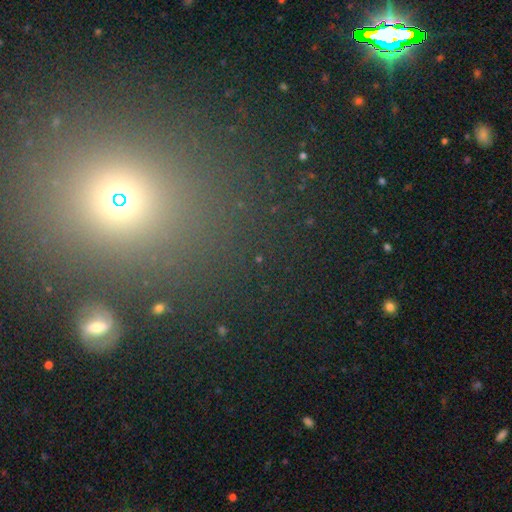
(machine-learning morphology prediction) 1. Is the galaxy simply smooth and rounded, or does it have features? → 50% star or artifact, 41% smooth, 9% featured or disk.